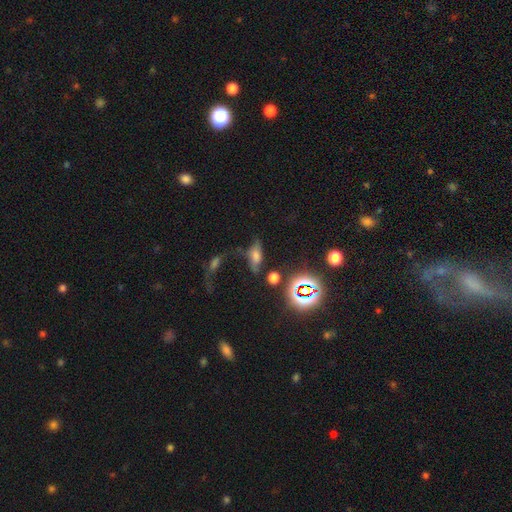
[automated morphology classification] smooth-or-featured: smooth: 50% | star or artifact: 26% | featured or disk: 24%
  merging: none: 45% | minor disturbance: 22% | major disturbance: 21% | merger: 12%